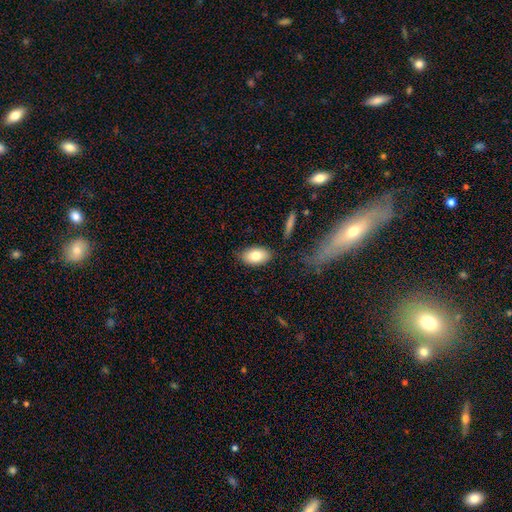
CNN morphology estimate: Smooth or featured?
  - smooth: 79% *
  - featured or disk: 14%
  - star or artifact: 7%
How rounded?
  - in between: 92% *
  - round: 6%
  - cigar-shaped: 2%
Merging?
  - none: 81% *
  - minor disturbance: 13%
  - major disturbance: 3%
  - merger: 3%